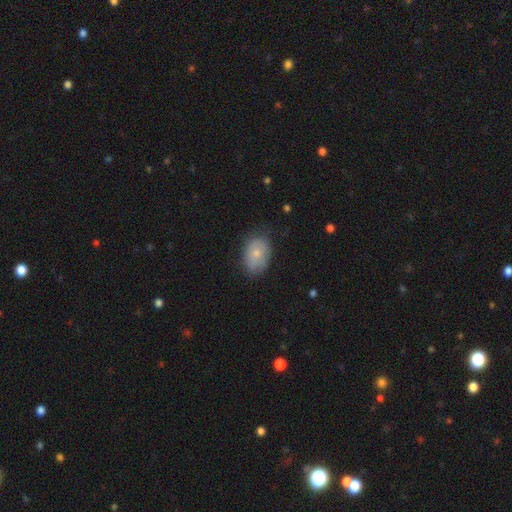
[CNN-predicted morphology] Smooth or featured?
  - smooth: 63% *
  - featured or disk: 23%
  - star or artifact: 14%
How rounded?
  - in between: 79% *
  - round: 20%
  - cigar-shaped: 1%
Merging?
  - none: 75% *
  - minor disturbance: 20%
  - major disturbance: 5%
  - merger: 1%